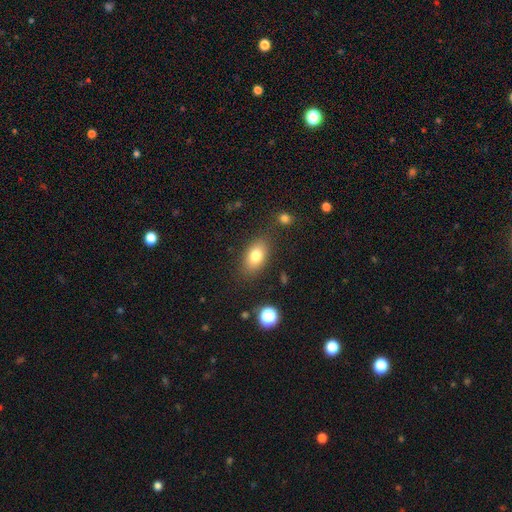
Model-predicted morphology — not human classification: Q: Smooth or featured?
A: smooth (79%); runner-up: featured or disk (11%)
Q: How rounded?
A: in between (86%); runner-up: round (12%)
Q: Merging?
A: none (81%); runner-up: minor disturbance (12%)